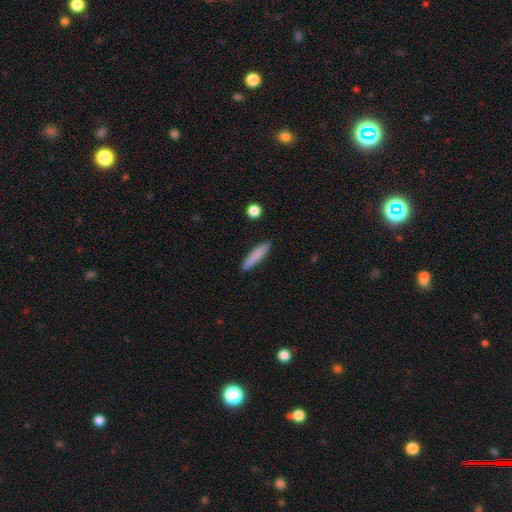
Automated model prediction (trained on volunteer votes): This appears to be a smooth galaxy with no disk features (80%) that is cigar-shaped (89%). Merging: none (88%).